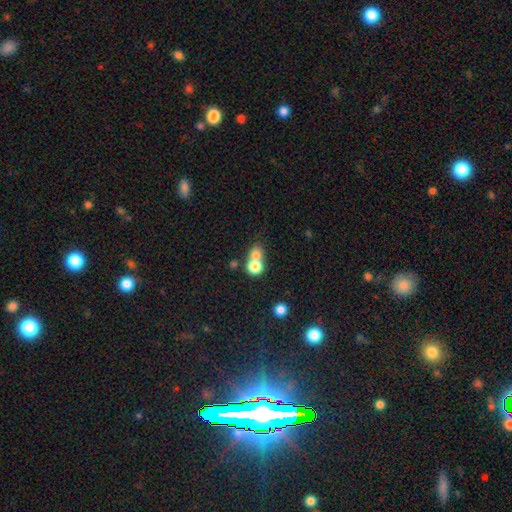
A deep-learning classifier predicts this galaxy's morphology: Overall: smooth (75%). How rounded: round (73%). Merging: merger (58%; none 32%).